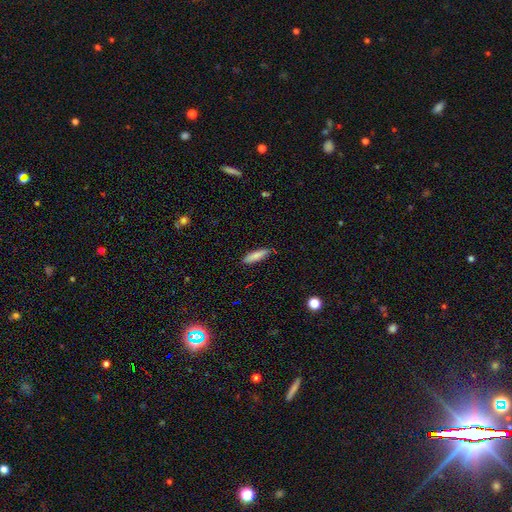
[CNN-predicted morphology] The model was most divided on "how rounded": cigar-shaped: 71%, in between: 27%, round: 2%. More confident: merging — none (87%); smooth or featured — smooth (83%).